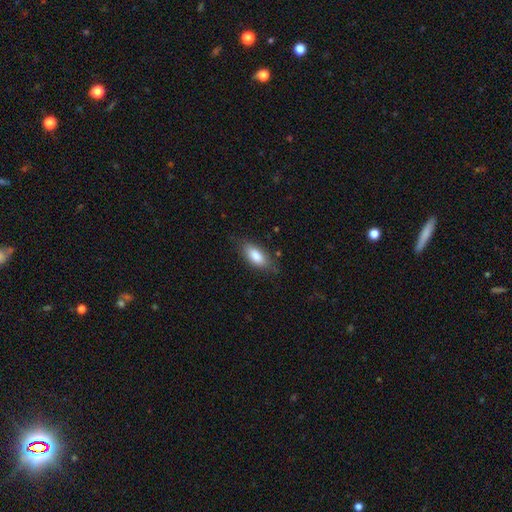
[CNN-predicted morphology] Q: Smooth or featured?
A: smooth (81%); runner-up: featured or disk (12%)
Q: How rounded?
A: in between (82%); runner-up: cigar-shaped (15%)
Q: Merging?
A: none (74%); runner-up: minor disturbance (20%)